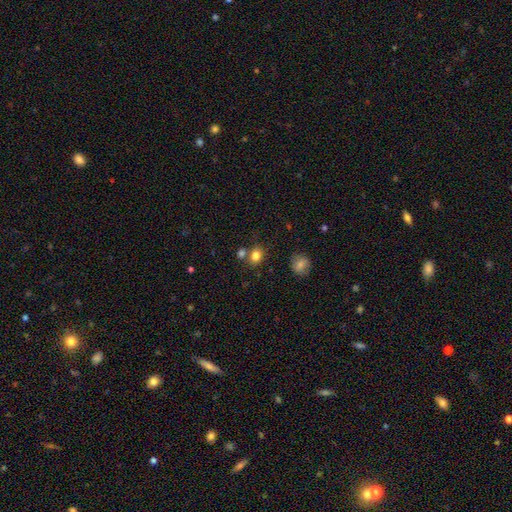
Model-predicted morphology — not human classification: Smooth or featured? smooth (82%)
How rounded? round (51%)
Merging? none (64%)